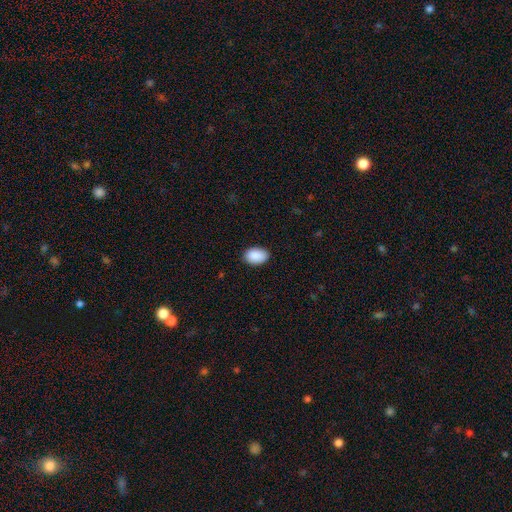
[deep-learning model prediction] Smooth or featured? smooth (91%)
How rounded? in between (89%)
Merging? none (87%)